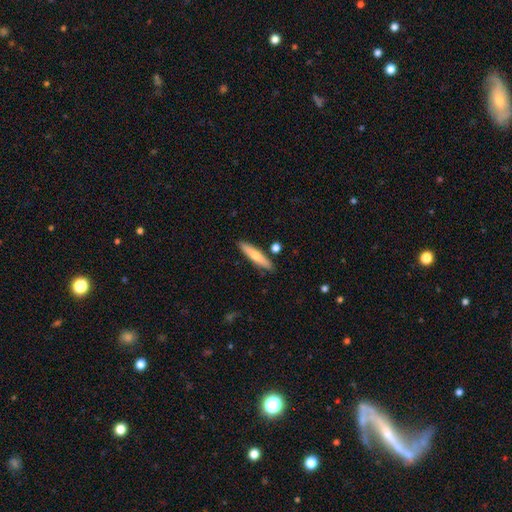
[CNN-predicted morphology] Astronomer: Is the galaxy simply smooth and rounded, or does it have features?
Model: smooth — 62%.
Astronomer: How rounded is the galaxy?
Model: cigar-shaped — 87%.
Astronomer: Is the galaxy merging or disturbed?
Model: none — 87%.